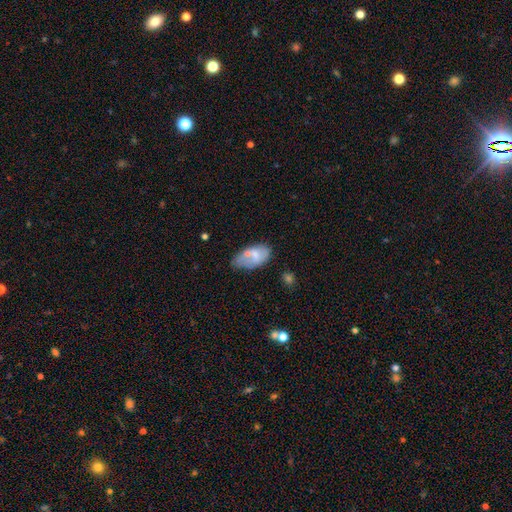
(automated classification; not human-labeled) smooth-or-featured: smooth: 63% | featured or disk: 30% | star or artifact: 7%
  how-rounded: in between: 92% | round: 5% | cigar-shaped: 3%
  merging: none: 40% | minor disturbance: 28% | merger: 21% | major disturbance: 11%